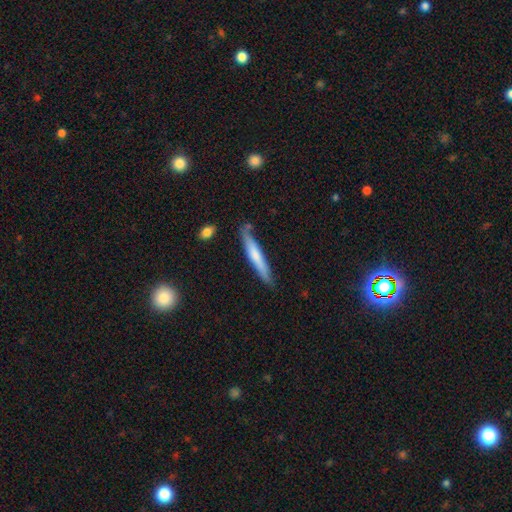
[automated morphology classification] smooth_or_featured: smooth (p=0.59) [alt: featured or disk p=0.36]
how_rounded: cigar-shaped (p=0.94) [alt: in between p=0.05]
merging: none (p=0.76) [alt: minor disturbance p=0.17]